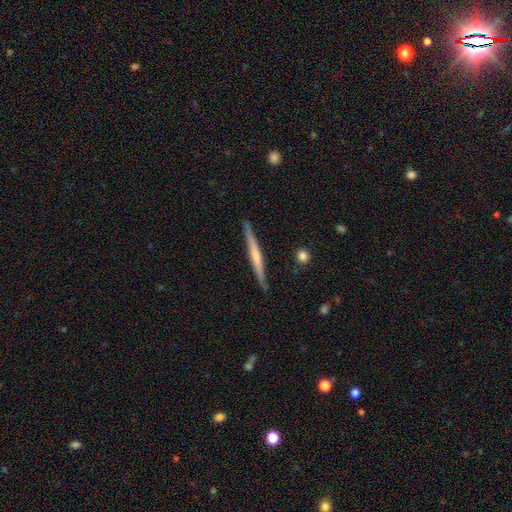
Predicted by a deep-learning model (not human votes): Morphology: type=featured or disk (58%); edge-on=yes (97%); edge-on bulge=none (53%); merging=none (89%).